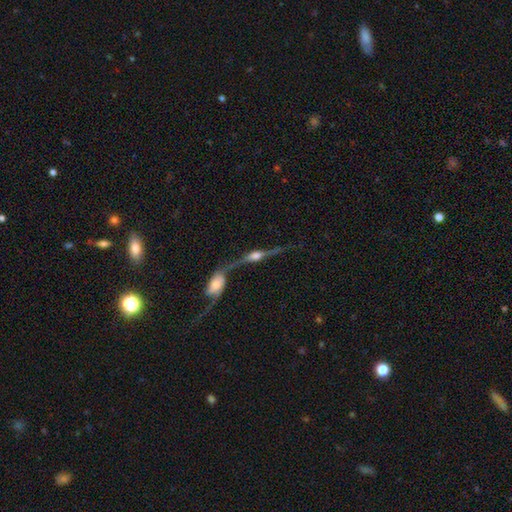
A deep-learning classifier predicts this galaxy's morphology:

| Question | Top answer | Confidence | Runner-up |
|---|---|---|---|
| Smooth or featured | featured or disk | 80% | smooth (13%) |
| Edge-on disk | yes | 85% | no (15%) |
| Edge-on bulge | rounded | 88% | boxy (9%) |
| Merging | merger | 50% | none (33%) |